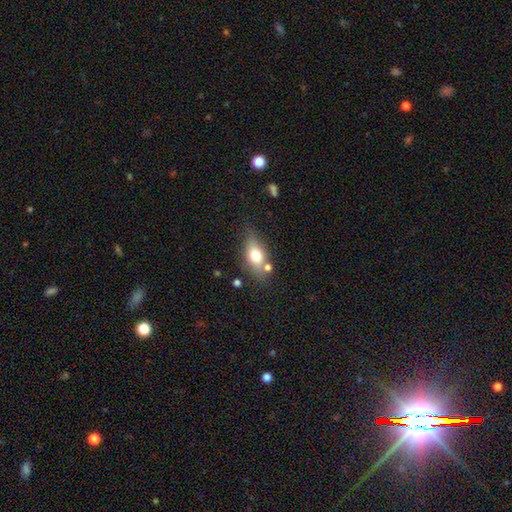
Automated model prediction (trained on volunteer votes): Smooth or featured? Predicted: smooth (p=0.66). How rounded? Predicted: in between (p=0.76). Merging? Predicted: none (p=0.67).